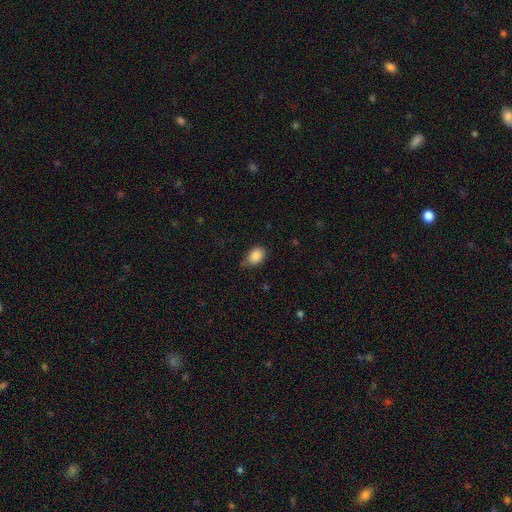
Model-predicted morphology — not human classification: type=smooth (87%); roundness=in between (76%); merging=none (60%).